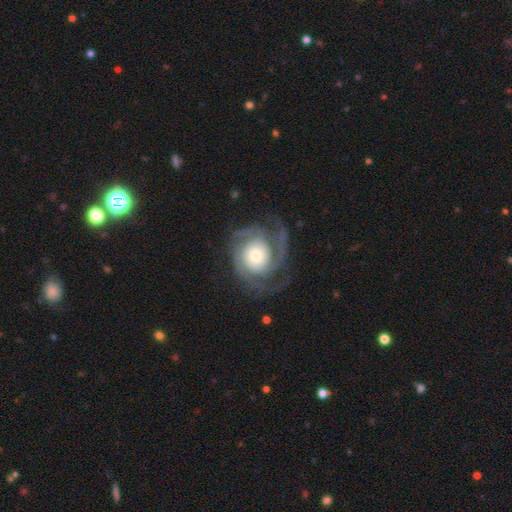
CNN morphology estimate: Q: Smooth or featured?
A: featured or disk (87%); runner-up: smooth (9%)
Q: Edge-on disk?
A: no (98%); runner-up: yes (2%)
Q: Bar?
A: no (74%); runner-up: weak (21%)
Q: Spiral arms?
A: yes (97%); runner-up: no (3%)
Q: Spiral winding?
A: tight (56%); runner-up: medium (36%)
Q: Spiral arm count?
A: 2 (40%); runner-up: 3 (30%)
Q: Bulge size?
A: moderate (53%); runner-up: large (23%)
Q: Merging?
A: none (69%); runner-up: minor disturbance (16%)